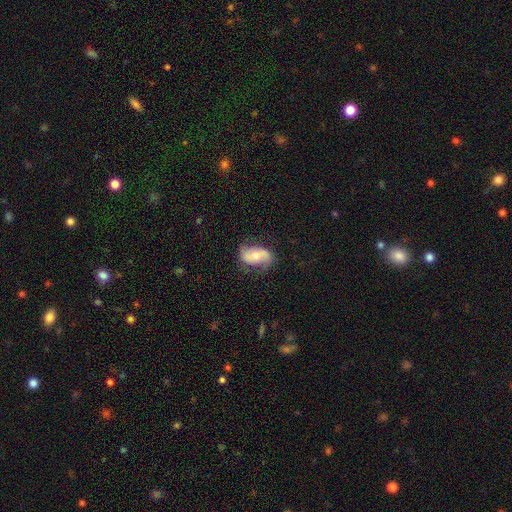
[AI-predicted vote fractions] smooth-or-featured: featured or disk: 64% | smooth: 29% | star or artifact: 7%
  disk-edge-on: no: 95% | yes: 5%
    bar: no: 54% | weak: 29% | strong: 17%
    has-spiral-arms: yes: 86% | no: 14%
      spiral-winding: loose: 52% | medium: 33% | tight: 16%
      spiral-arm-count: 2: 88% | can't tell: 6% | 1: 3% | 3: 1% | 4: 1% | more than 4: 1%
    bulge-size: moderate: 60% | small: 33% | large: 4% | none: 1% | dominant: 1%
  merging: none: 72% | minor disturbance: 20% | major disturbance: 7% | merger: 1%